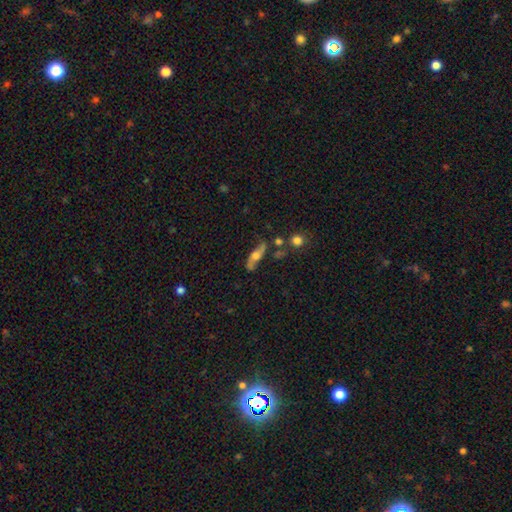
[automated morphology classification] A featured or disk galaxy (61%). Merging: none (67%).